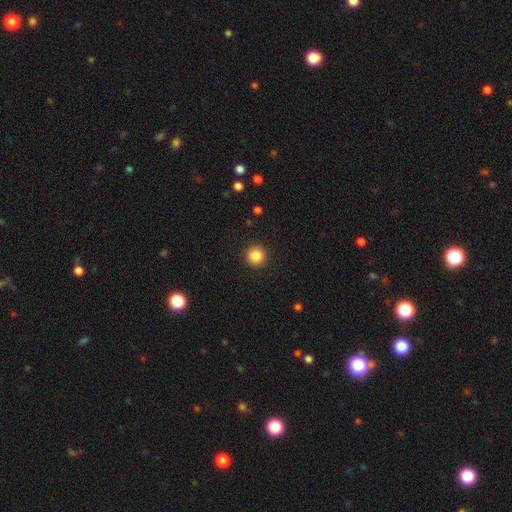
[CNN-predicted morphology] Smooth or featured? Predicted: smooth (p=0.86). How rounded? Predicted: round (p=0.96). Merging? Predicted: none (p=0.93).